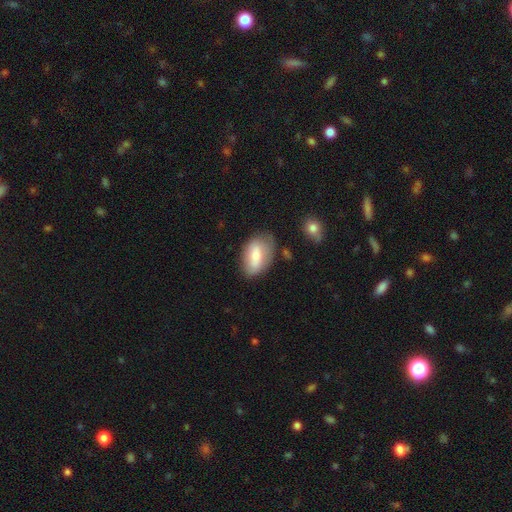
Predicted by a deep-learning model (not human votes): A smooth galaxy with no disk features (67%) that is in between round and cigar-shaped (91%).

Vote fractions:
- Smooth or featured? smooth: 67% / featured or disk: 26% / star or artifact: 7%
- How rounded? in between: 91% / round: 6% / cigar-shaped: 3%
- Merging? none: 65% / minor disturbance: 24% / major disturbance: 7% / merger: 4%